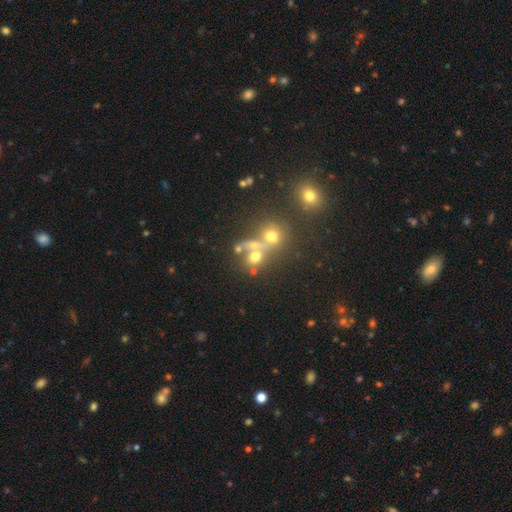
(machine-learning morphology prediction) The model was most divided on "merging": merger: 45%, none: 40%, minor disturbance: 8%, major disturbance: 7%. More confident: how rounded — round (70%); smooth or featured — smooth (54%).